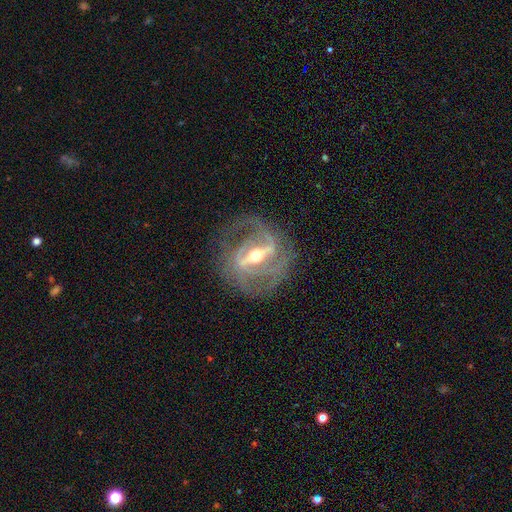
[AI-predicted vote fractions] Smooth or featured? Predicted: featured or disk (p=0.90). Edge-on disk? Predicted: no (p=0.90). Bar? Predicted: strong (p=0.75). Spiral arms? Predicted: yes (p=0.92). Spiral winding? Predicted: medium (p=0.45). Spiral arm count? Predicted: 2 (p=0.59). Bulge size? Predicted: moderate (p=0.59). Merging? Predicted: none (p=0.72).